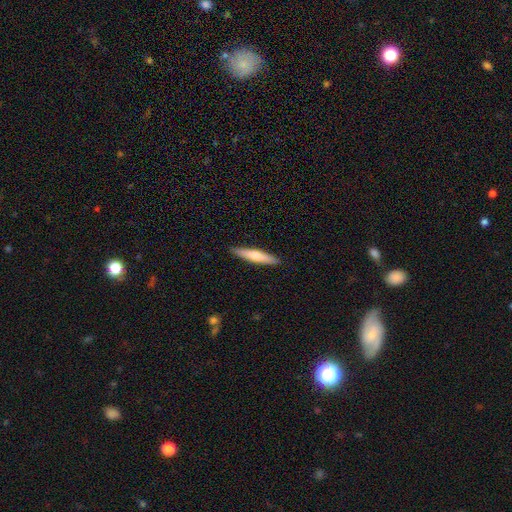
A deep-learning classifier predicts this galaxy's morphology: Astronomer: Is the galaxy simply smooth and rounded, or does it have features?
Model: smooth — 59% (runner-up: featured or disk, 36%).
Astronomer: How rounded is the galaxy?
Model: cigar-shaped — 87%.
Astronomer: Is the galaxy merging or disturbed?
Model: none — 90%.